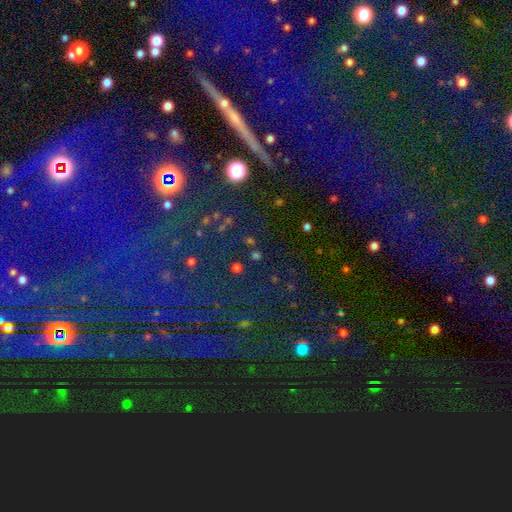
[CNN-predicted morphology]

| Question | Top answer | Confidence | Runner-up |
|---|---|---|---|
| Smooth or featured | star or artifact | 65% | smooth (25%) |